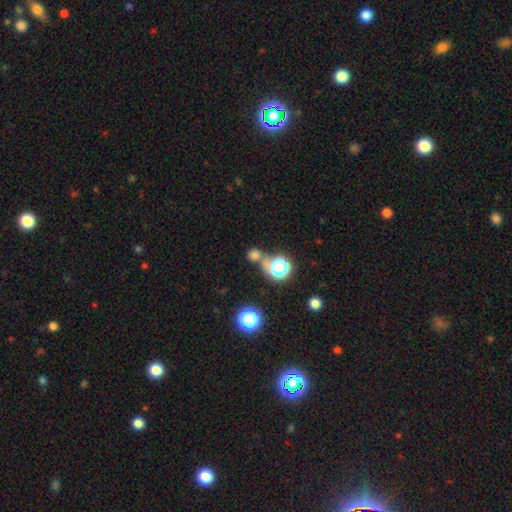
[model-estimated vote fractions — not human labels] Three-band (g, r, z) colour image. It shows a smooth galaxy with no disk features (61%) that is round (76%). Merging: none (52%).